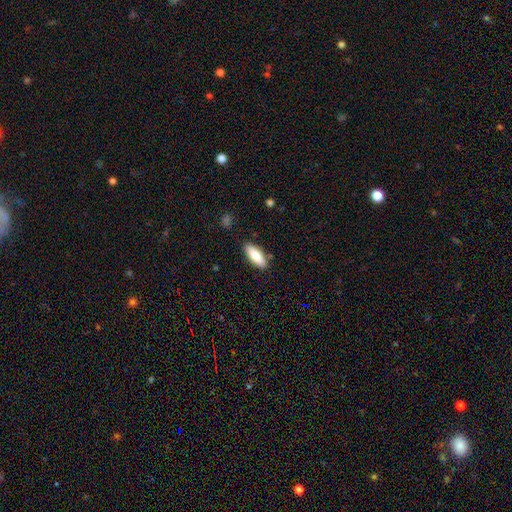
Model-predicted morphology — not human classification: This appears to be a smooth galaxy with no disk features (84%) that is in between round and cigar-shaped (72%). Merging: none (86%).